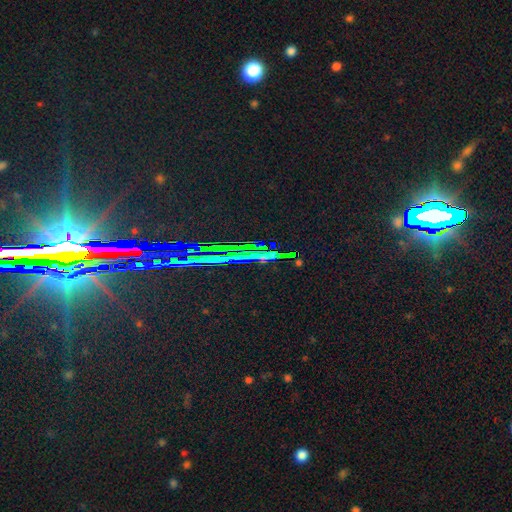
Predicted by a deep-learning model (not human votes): smooth-or-featured: star or artifact: 87% | featured or disk: 7% | smooth: 6%